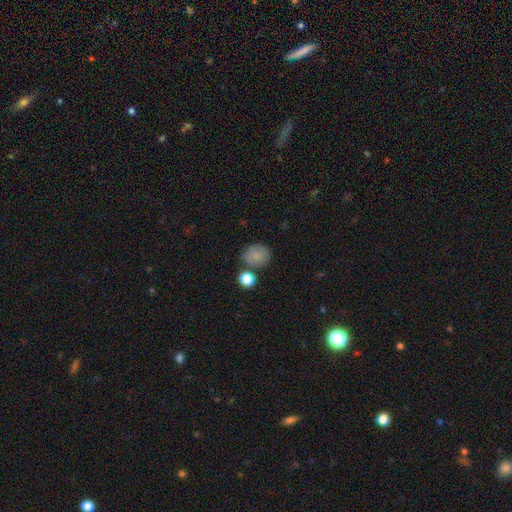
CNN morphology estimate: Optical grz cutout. It shows a smooth galaxy with no disk features (81%) that is round (70%). Merging: none (67%).